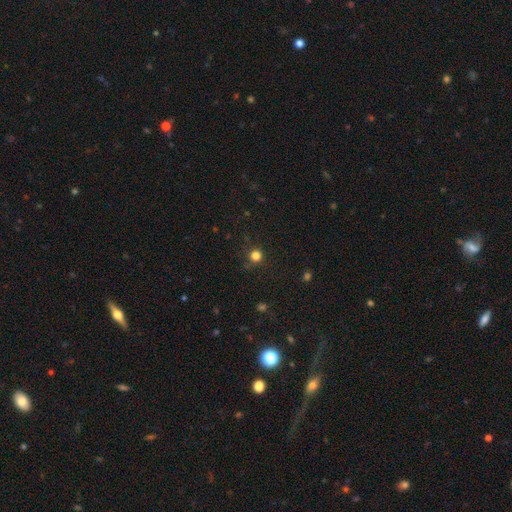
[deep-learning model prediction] A smooth galaxy with no disk features (80%) that is round (95%). Merging: none (85%).